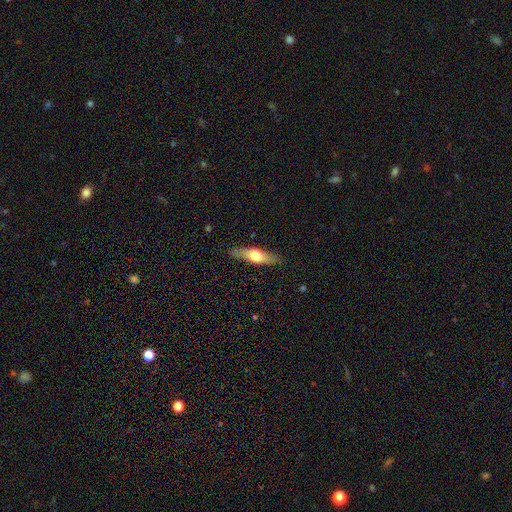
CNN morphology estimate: Smooth or featured? Predicted: smooth (p=0.51). How rounded? Predicted: cigar-shaped (p=0.60). Merging? Predicted: none (p=0.86).